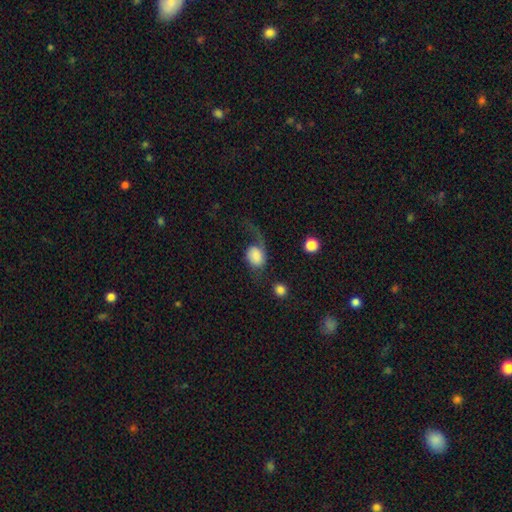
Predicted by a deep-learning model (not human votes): smooth 66%, featured or disk 25%, star or artifact 8%. Down the decision tree: how rounded — in between (55%); merging — major disturbance (46%).